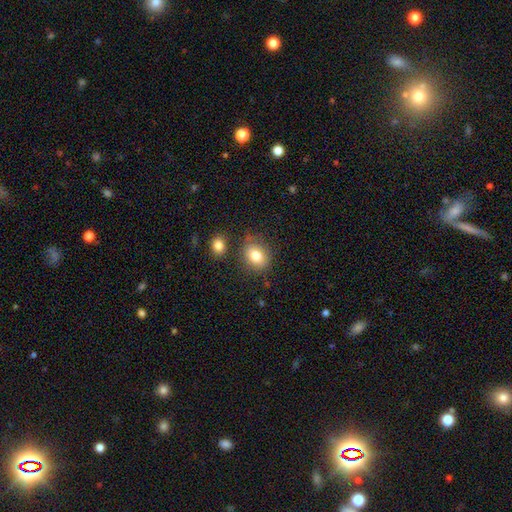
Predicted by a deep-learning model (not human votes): Smooth or featured? smooth (81%)
How rounded? in between (50%)
Merging? none (75%)